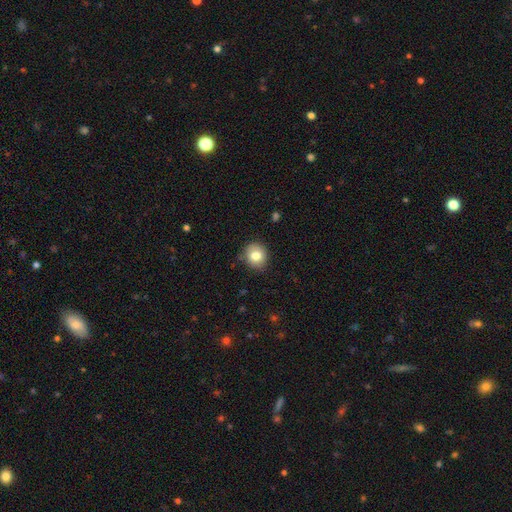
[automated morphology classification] Smooth or featured?
  - smooth: 80% *
  - featured or disk: 11%
  - star or artifact: 9%
How rounded?
  - round: 78% *
  - in between: 21%
  - cigar-shaped: 1%
Merging?
  - none: 84% *
  - minor disturbance: 13%
  - major disturbance: 2%
  - merger: 1%